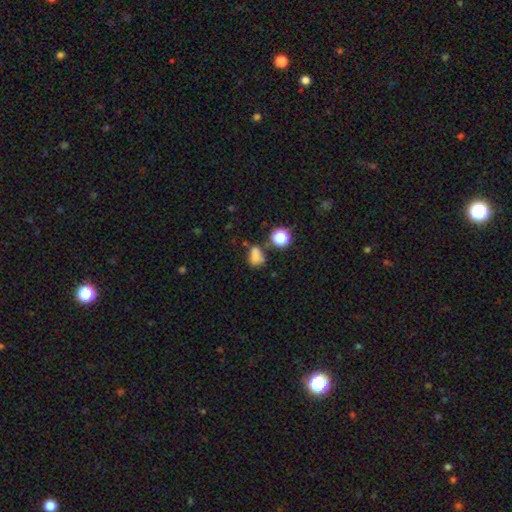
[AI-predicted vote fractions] smooth 72%, star or artifact 18%, featured or disk 10%. Down the decision tree: how rounded — in between (63%); merging — none (45%).